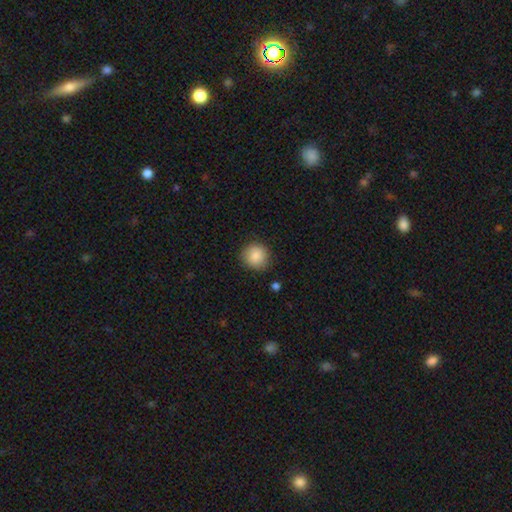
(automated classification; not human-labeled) The model was most divided on "merging": none: 87%, minor disturbance: 9%, major disturbance: 2%, merger: 1%. More confident: how rounded — round (92%); smooth or featured — smooth (86%).